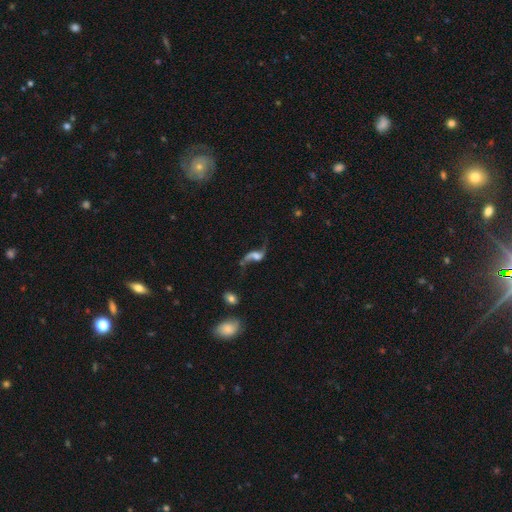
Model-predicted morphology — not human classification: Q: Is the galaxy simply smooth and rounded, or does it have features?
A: featured or disk — 79%.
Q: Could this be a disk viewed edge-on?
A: no — 93%.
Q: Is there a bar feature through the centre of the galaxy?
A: no — 51%.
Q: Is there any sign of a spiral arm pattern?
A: yes — 92%.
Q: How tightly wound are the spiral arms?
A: loose — 92%.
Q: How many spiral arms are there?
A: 2 — 90%.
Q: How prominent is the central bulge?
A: moderate — 29%.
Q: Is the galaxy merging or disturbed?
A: none — 56%.